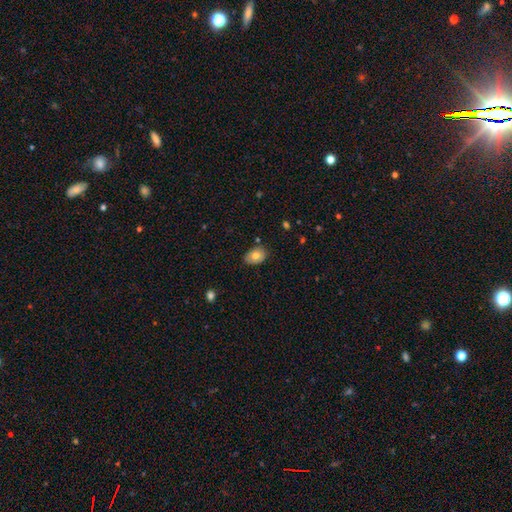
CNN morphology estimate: smooth-or-featured: smooth: 73% | featured or disk: 19% | star or artifact: 8%
  how-rounded: in between: 80% | round: 19% | cigar-shaped: 1%
  merging: none: 80% | minor disturbance: 16% | major disturbance: 3% | merger: 2%